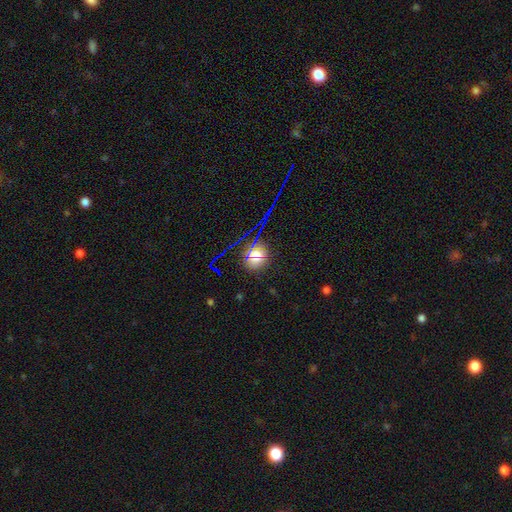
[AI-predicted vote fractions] smooth_or_featured: smooth (p=0.57) [alt: star or artifact p=0.33]
how_rounded: round (p=0.79) [alt: in between p=0.20]
merging: none (p=0.83) [alt: minor disturbance p=0.11]